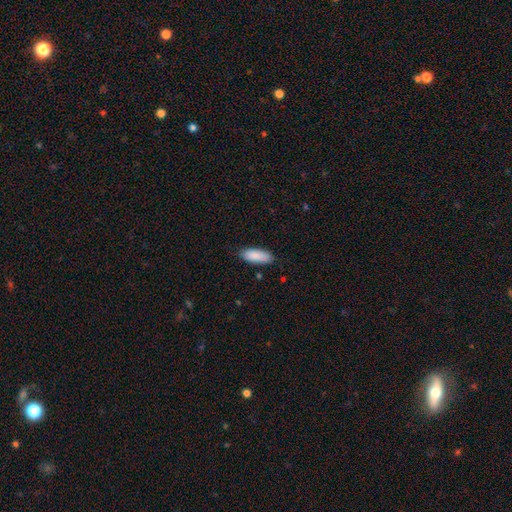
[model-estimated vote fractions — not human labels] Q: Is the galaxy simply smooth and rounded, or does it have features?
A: smooth — 88%.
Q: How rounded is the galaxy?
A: in between — 76%.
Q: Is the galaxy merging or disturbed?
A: none — 81%.